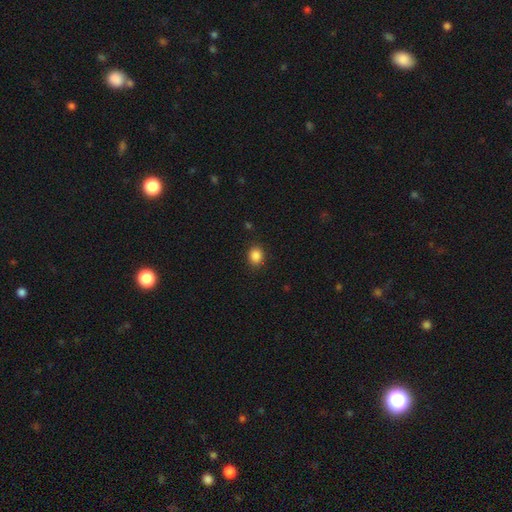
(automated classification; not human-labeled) Morphology: type=smooth (87%); roundness=round (61%); merging=none (88%).